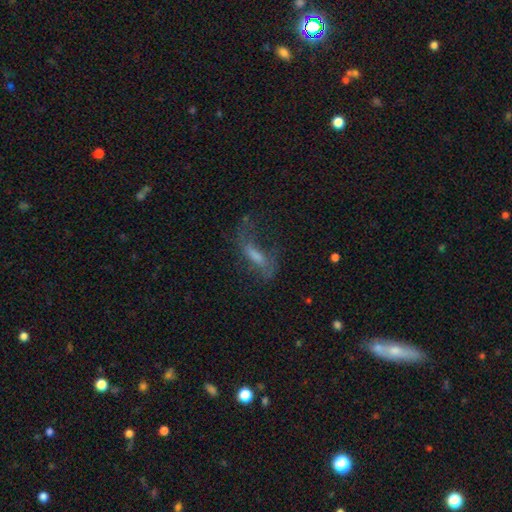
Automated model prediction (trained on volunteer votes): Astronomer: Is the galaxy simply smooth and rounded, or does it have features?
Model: featured or disk — 53% (runner-up: smooth, 31%).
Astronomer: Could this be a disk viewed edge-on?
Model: no — 79%.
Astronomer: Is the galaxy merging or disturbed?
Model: none — 46% (runner-up: major disturbance, 30%).